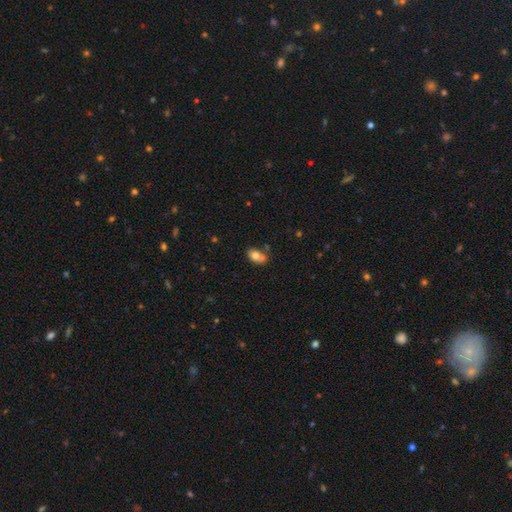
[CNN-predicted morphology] A smooth galaxy with no disk features (73%) that is in between round and cigar-shaped (86%). Merging: none (52%).